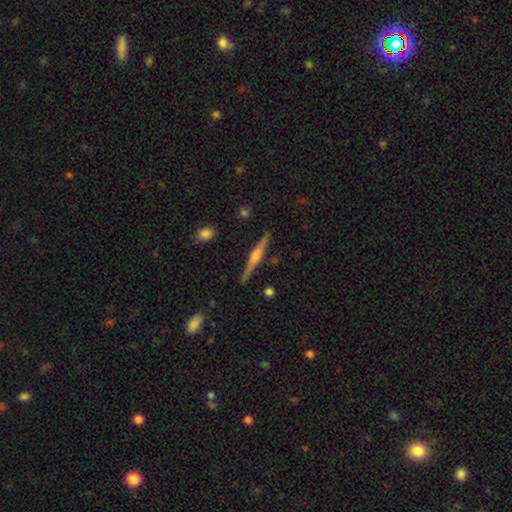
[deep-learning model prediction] Morphology: type=featured or disk (75%); edge-on=yes (98%); edge-on bulge=rounded (83%); merging=none (90%).